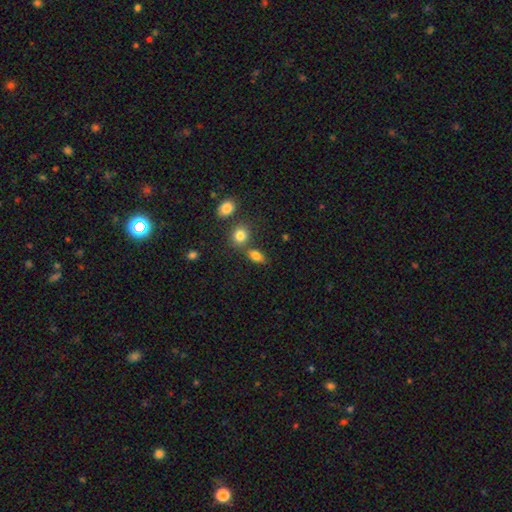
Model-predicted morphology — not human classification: Overall: smooth (81%). How rounded: in between (77%). Merging: none (65%).